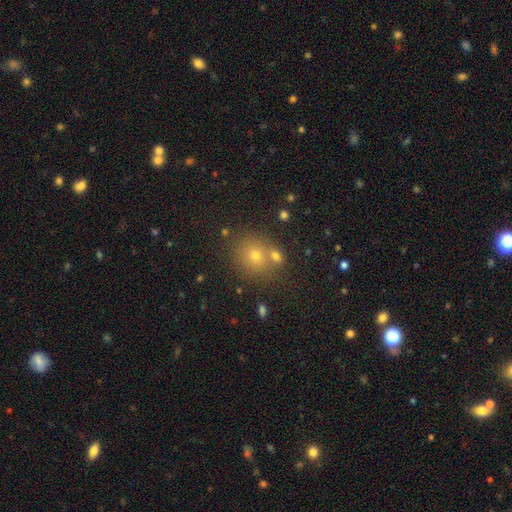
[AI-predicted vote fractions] A smooth galaxy with no disk features (66%) that is round (82%). Merging: none (67%).